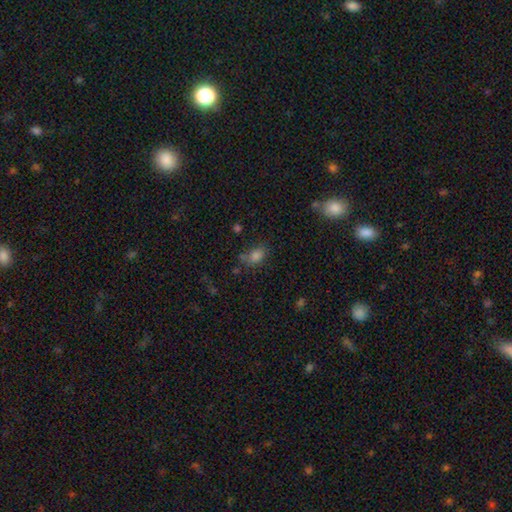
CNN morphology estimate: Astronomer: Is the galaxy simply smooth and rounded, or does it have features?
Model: smooth — 78%.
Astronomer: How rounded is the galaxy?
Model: in between — 76%.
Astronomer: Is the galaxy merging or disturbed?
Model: none — 63%.